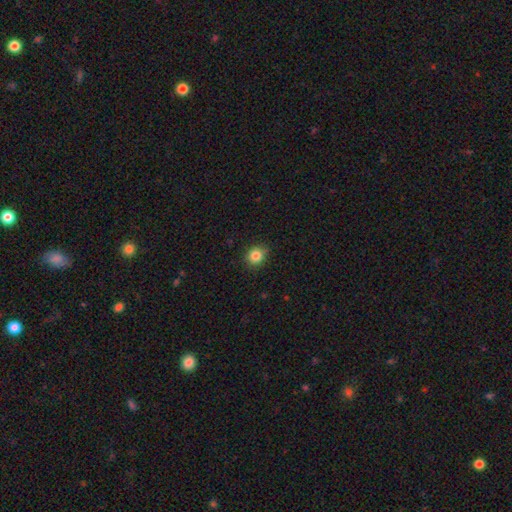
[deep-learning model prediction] This is clearly a smooth galaxy (84%). How rounded: likely round (72%). Merging: clearly none (87%).